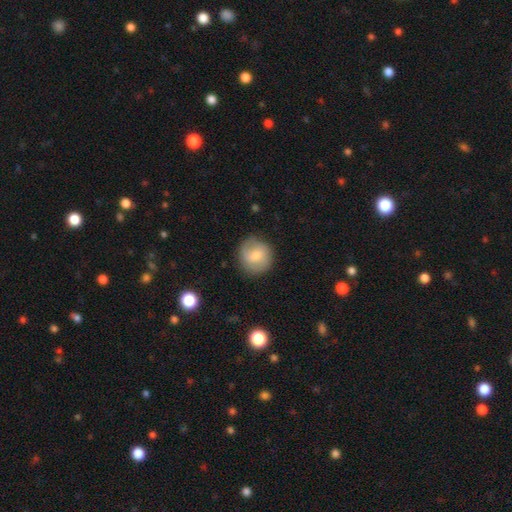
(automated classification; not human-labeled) smooth 64%, featured or disk 29%, star or artifact 7%. Down the decision tree: how rounded — round (90%); merging — none (81%).